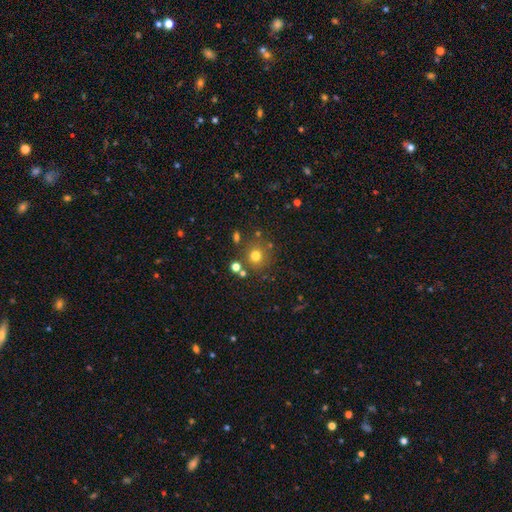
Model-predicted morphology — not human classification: Smooth or featured?
  - smooth: 73% *
  - star or artifact: 17%
  - featured or disk: 10%
How rounded?
  - round: 89% *
  - in between: 10%
  - cigar-shaped: 1%
Merging?
  - none: 77% *
  - minor disturbance: 10%
  - merger: 9%
  - major disturbance: 4%